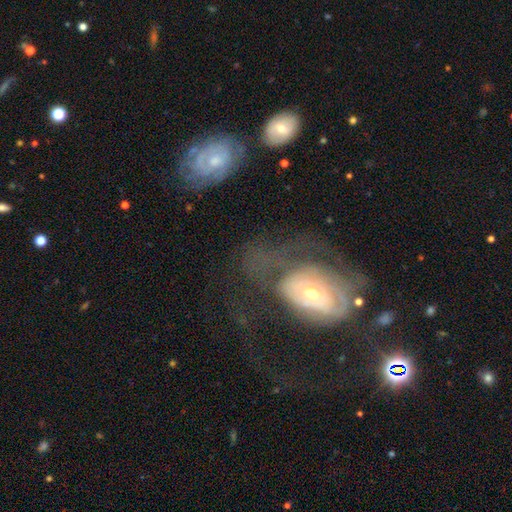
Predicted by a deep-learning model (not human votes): smooth_or_featured: featured or disk (p=0.58) [alt: smooth p=0.28]
disk_edge_on: no (p=0.93) [alt: yes p=0.07]
bar: no (p=0.73) [alt: weak p=0.20]
has_spiral_arms: no (p=0.55) [alt: yes p=0.45]
bulge_size: small (p=0.56) [alt: moderate p=0.37]
merging: major disturbance (p=0.53) [alt: none p=0.24]